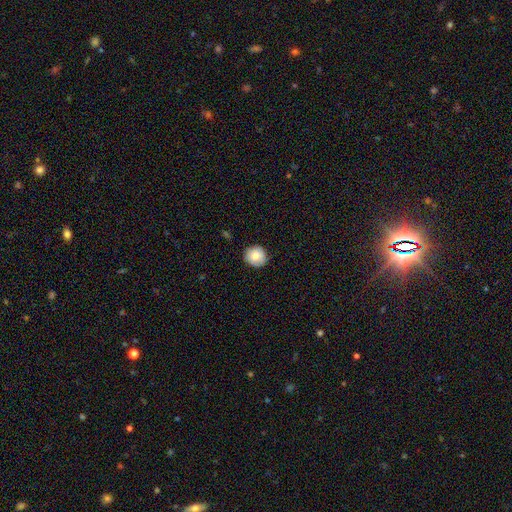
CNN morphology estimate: Smooth or featured?
  - smooth: 80% *
  - featured or disk: 12%
  - star or artifact: 8%
How rounded?
  - round: 92% *
  - in between: 7%
  - cigar-shaped: 1%
Merging?
  - none: 86% *
  - minor disturbance: 11%
  - major disturbance: 2%
  - merger: 1%